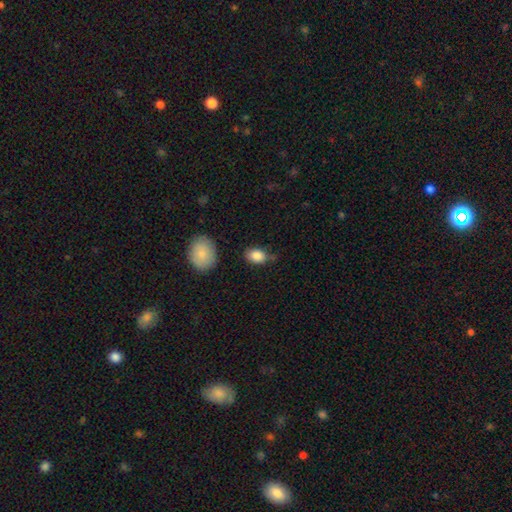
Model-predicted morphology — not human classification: This is clearly a smooth galaxy (87%). How rounded: likely in between (79%). Merging: likely none (64%).